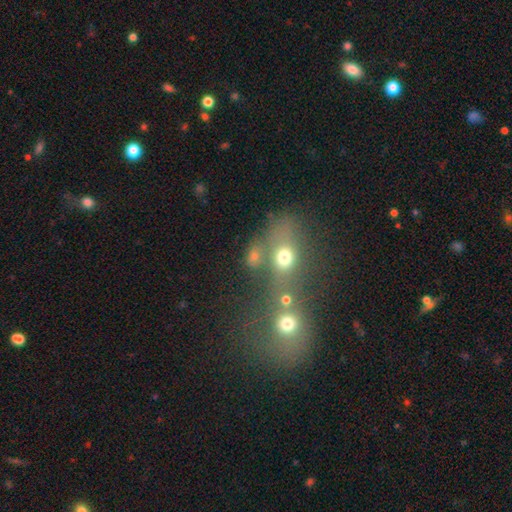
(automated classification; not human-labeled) smooth 62%, star or artifact 22%, featured or disk 16%. Down the decision tree: how rounded — round (52%); merging — merger (47%).